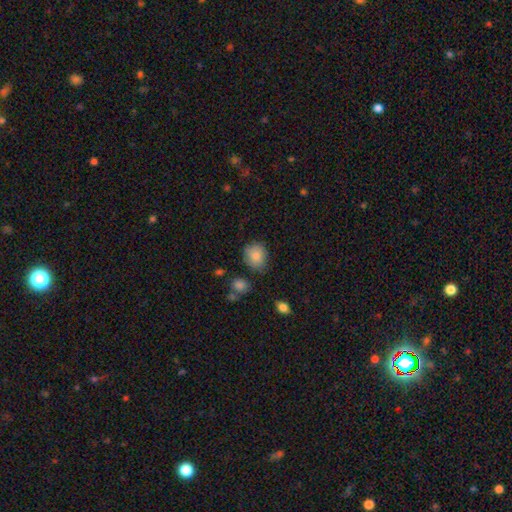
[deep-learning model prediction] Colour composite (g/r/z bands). It shows a smooth galaxy with no disk features (83%) that is round (69%). Merging: none (70%).